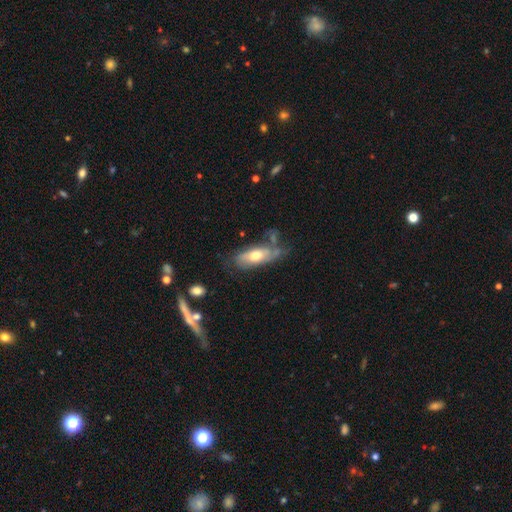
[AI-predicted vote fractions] Overall: smooth (50%; featured or disk 44%). Merging: none (45%; minor disturbance 29%).